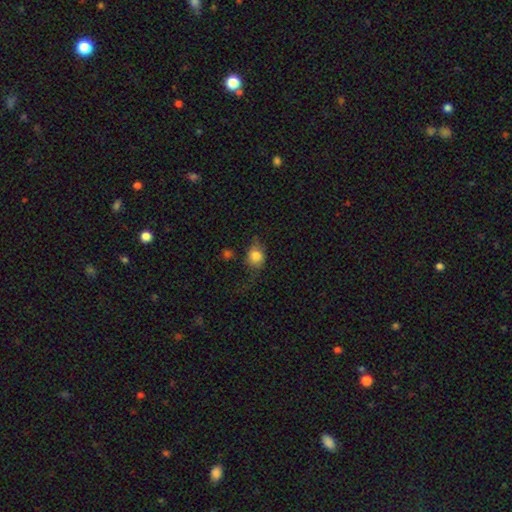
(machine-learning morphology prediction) smooth-or-featured: smooth: 80% | featured or disk: 11% | star or artifact: 9%
  how-rounded: round: 60% | in between: 38% | cigar-shaped: 2%
  merging: none: 48% | minor disturbance: 28% | major disturbance: 21% | merger: 4%